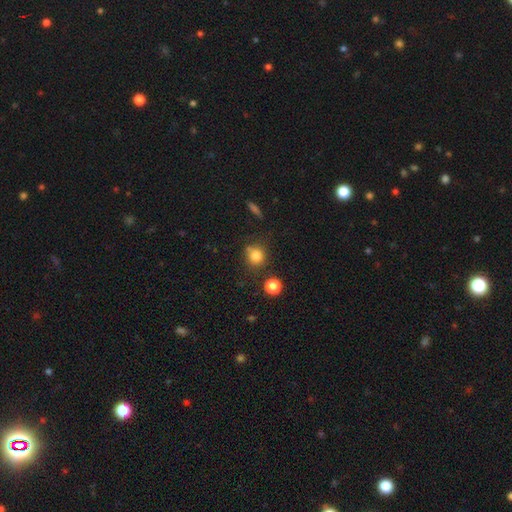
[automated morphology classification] Smooth or featured? smooth (81%)
How rounded? round (87%)
Merging? none (71%)